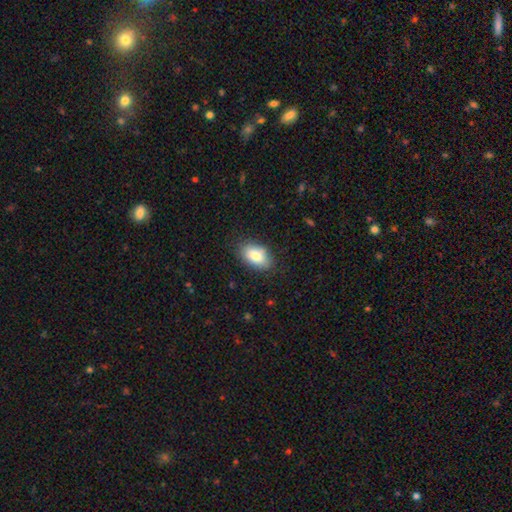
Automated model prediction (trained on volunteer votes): smooth-or-featured: smooth: 84% | featured or disk: 9% | star or artifact: 7%
  how-rounded: in between: 92% | round: 6% | cigar-shaped: 2%
  merging: none: 82% | minor disturbance: 14% | major disturbance: 3% | merger: 1%